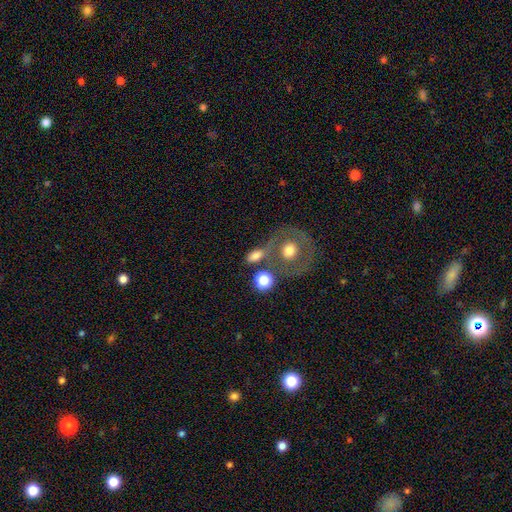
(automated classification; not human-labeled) Smooth or featured: smooth — 70% (featured or disk — 21%)
How rounded: in between — 52% (round — 43%)
Merging: none — 58% (merger — 20%)